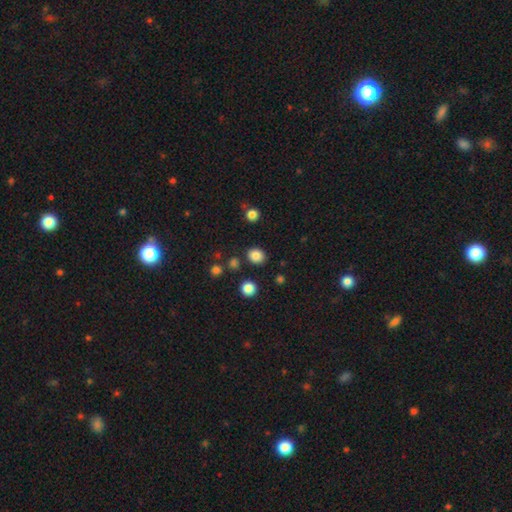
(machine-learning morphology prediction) Smooth or featured? smooth (84%)
How rounded? round (69%)
Merging? none (86%)